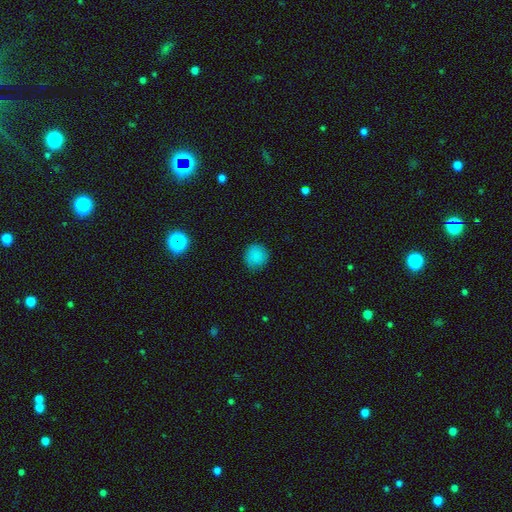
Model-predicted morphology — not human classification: A smooth galaxy with no disk features (85%) that is round (93%). Merging: none (88%).